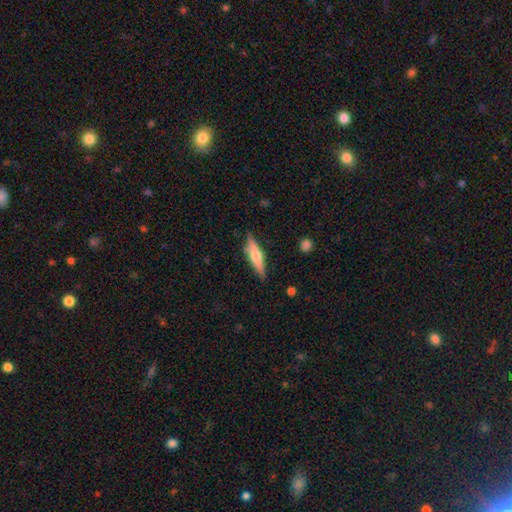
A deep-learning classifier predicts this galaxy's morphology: featured or disk 55%, smooth 39%, star or artifact 6%. Down the decision tree: edge-on disk — yes (95%); edge-on bulge — rounded (82%); merging — none (84%).